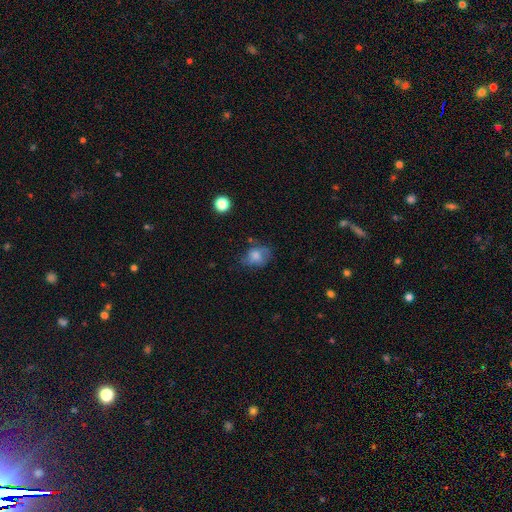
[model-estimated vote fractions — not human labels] This is likely a smooth galaxy (71%). How rounded: possibly in between (55%). Merging: possibly none (51%).